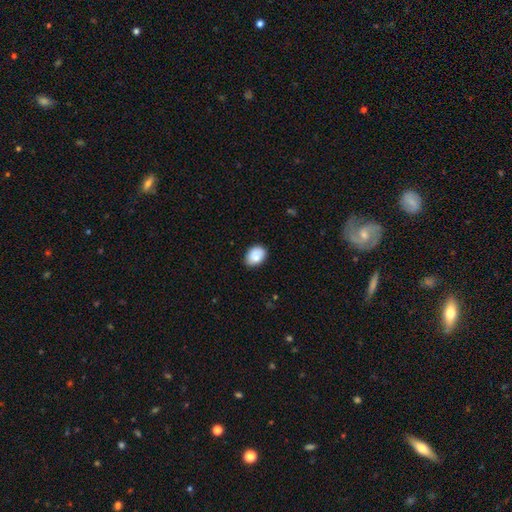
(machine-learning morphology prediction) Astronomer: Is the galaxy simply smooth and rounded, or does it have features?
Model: smooth — 84%.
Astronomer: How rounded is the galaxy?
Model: in between — 77%.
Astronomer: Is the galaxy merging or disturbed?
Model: none — 79%.